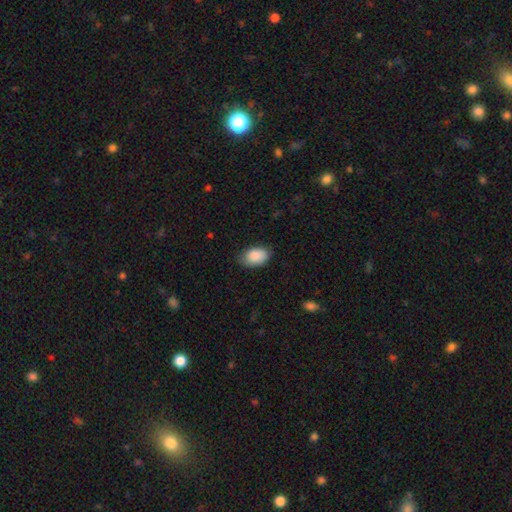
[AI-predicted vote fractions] This is clearly a smooth galaxy (88%). How rounded: clearly in between (90%). Merging: likely none (72%).